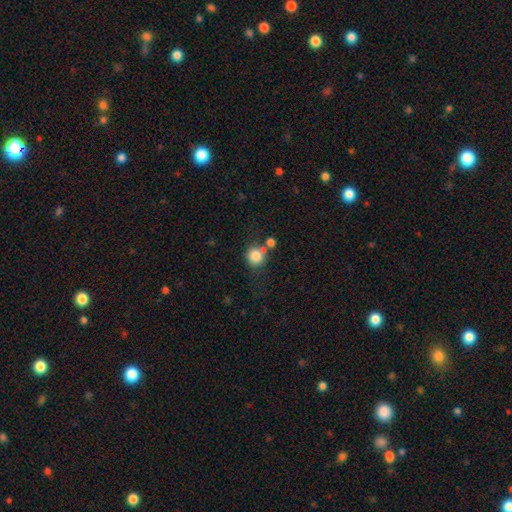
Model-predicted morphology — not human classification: Overall: smooth (83%). How rounded: round (88%). Merging: none (63%).